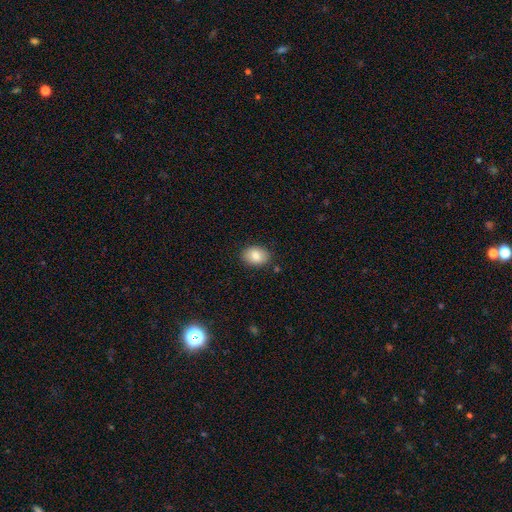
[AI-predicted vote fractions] Smooth or featured: smooth — 84% (featured or disk — 9%)
How rounded: in between — 73% (round — 26%)
Merging: none — 86% (minor disturbance — 10%)